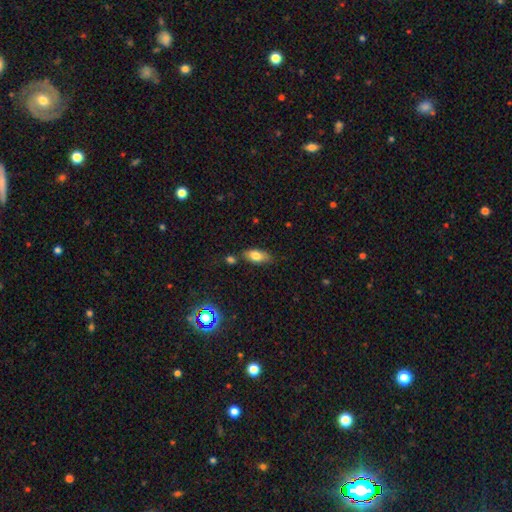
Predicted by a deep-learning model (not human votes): Overall: smooth (75%). How rounded: in between (85%). Merging: none (71%).